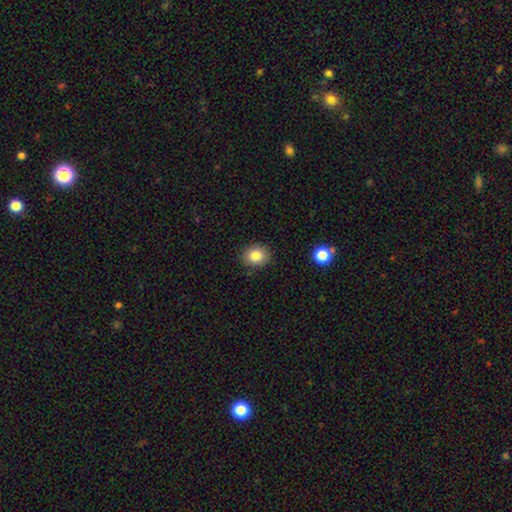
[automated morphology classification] smooth-or-featured: smooth: 83% | star or artifact: 10% | featured or disk: 7%
  how-rounded: round: 58% | in between: 41% | cigar-shaped: 1%
  merging: none: 88% | minor disturbance: 9% | major disturbance: 2% | merger: 1%